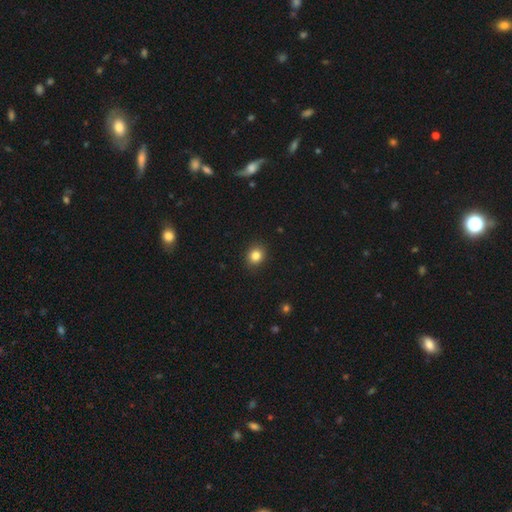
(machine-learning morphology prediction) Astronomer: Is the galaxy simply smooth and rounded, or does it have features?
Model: smooth — 83%.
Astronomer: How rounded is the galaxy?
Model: round — 73%.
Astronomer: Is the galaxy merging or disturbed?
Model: none — 91%.